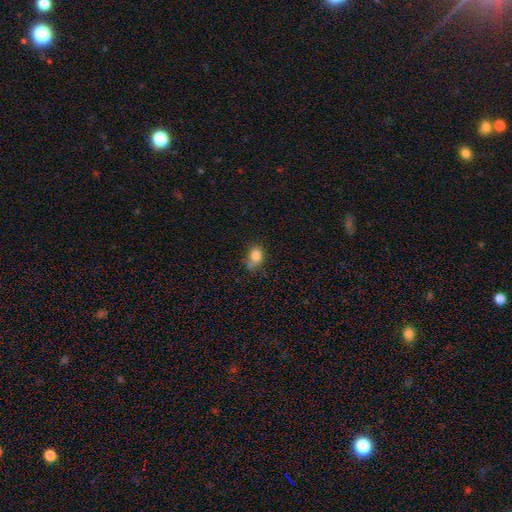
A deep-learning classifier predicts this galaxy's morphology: smooth-or-featured: smooth: 81% | star or artifact: 11% | featured or disk: 8%
  how-rounded: in between: 59% | round: 39% | cigar-shaped: 2%
  merging: none: 49% | minor disturbance: 30% | merger: 12% | major disturbance: 10%